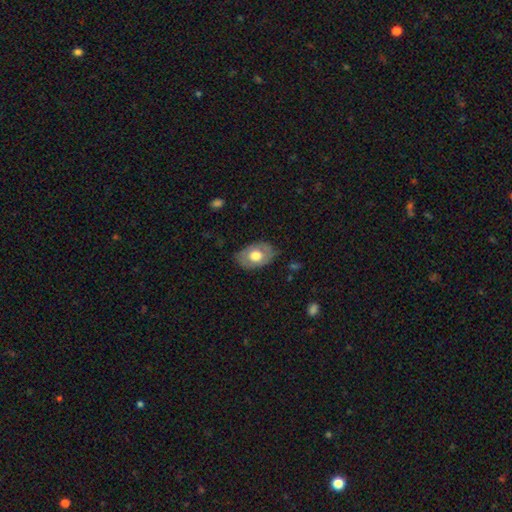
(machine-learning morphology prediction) Smooth or featured? smooth (59%)
How rounded? in between (83%)
Merging? none (74%)